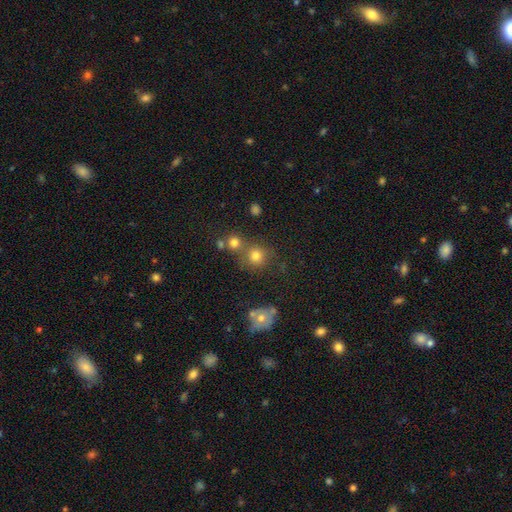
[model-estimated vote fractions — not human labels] smooth 74%, star or artifact 17%, featured or disk 9%. Down the decision tree: how rounded — round (88%); merging — none (65%).